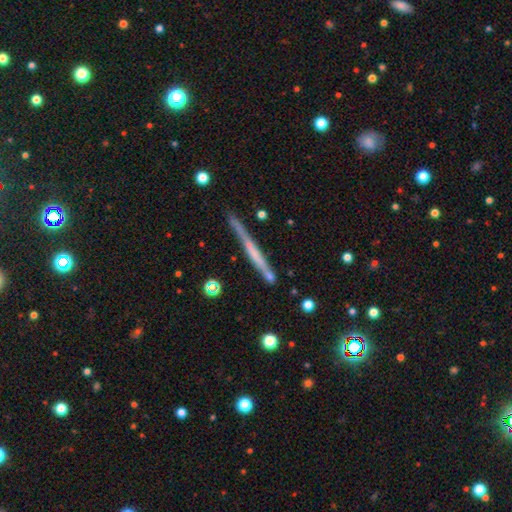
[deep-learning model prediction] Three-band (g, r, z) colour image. It shows a featured or disk galaxy (57%) viewed edge-on (96%) with no central bulge (72%). Merging: none (76%).